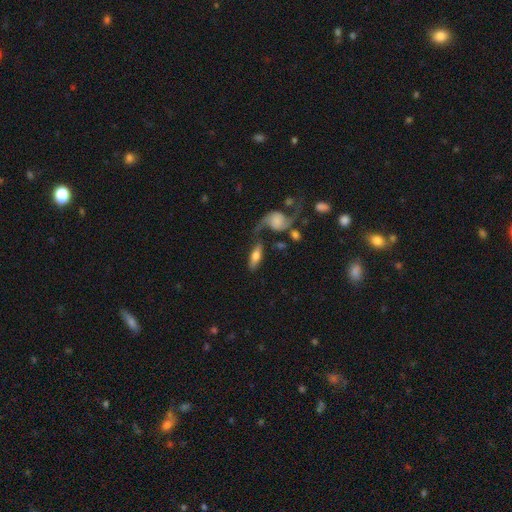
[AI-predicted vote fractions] A smooth galaxy with no disk features (50%). Merging: none (52%).